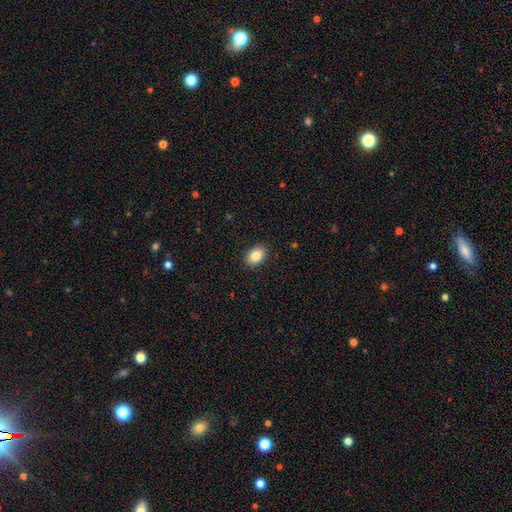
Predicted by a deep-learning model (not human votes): Smooth or featured?
  - smooth: 85% *
  - star or artifact: 8%
  - featured or disk: 7%
How rounded?
  - in between: 81% *
  - round: 18%
  - cigar-shaped: 1%
Merging?
  - none: 89% *
  - minor disturbance: 8%
  - major disturbance: 2%
  - merger: 1%